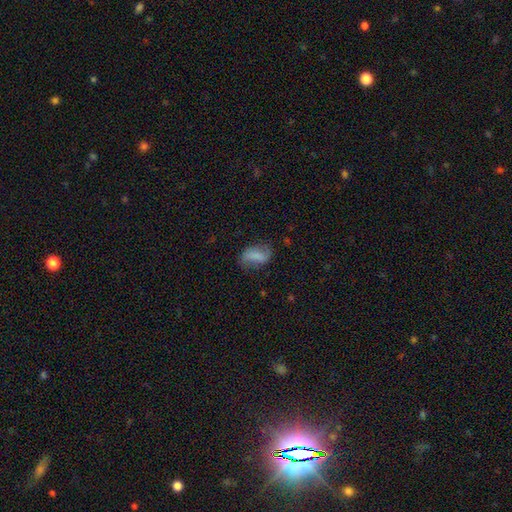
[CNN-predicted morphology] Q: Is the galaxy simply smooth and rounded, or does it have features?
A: smooth — 65%.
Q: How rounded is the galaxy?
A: in between — 86%.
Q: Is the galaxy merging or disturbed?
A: none — 61%.